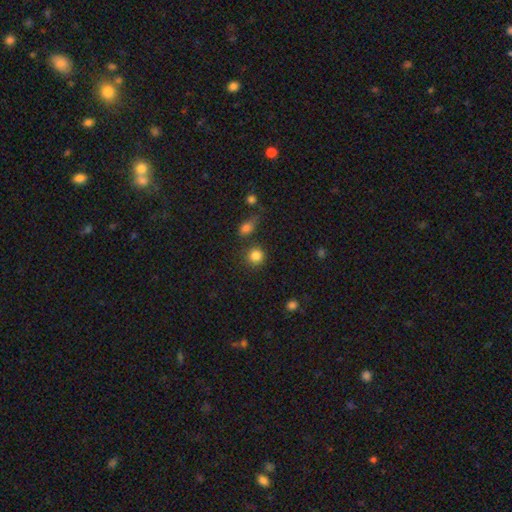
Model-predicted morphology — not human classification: Smooth or featured? Predicted: smooth (p=0.84). How rounded? Predicted: round (p=0.90). Merging? Predicted: none (p=0.79).